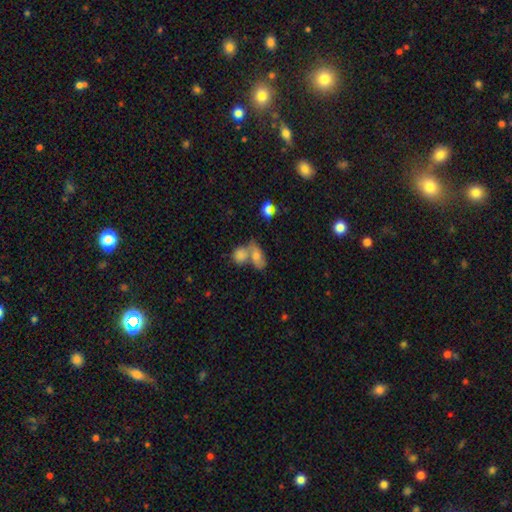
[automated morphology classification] Smooth or featured: smooth — 61% (featured or disk — 25%)
How rounded: in between — 73% (round — 20%)
Merging: merger — 50% (none — 32%)